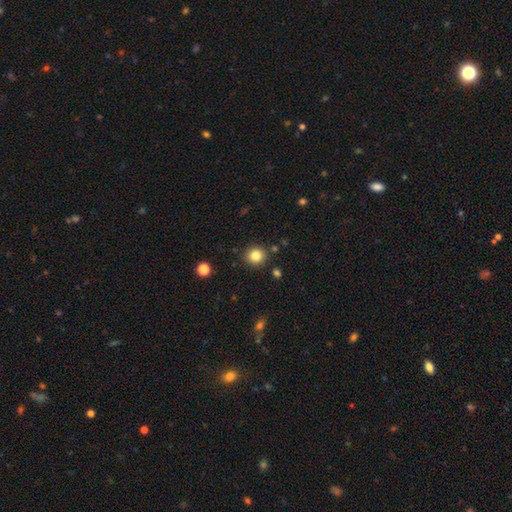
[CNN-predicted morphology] Overall: smooth (83%). How rounded: round (89%). Merging: none (88%).